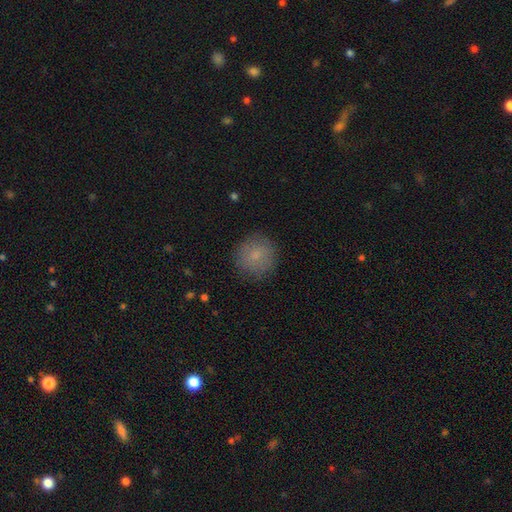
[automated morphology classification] Smooth or featured? Predicted: smooth (p=0.82). How rounded? Predicted: round (p=0.92). Merging? Predicted: none (p=0.87).